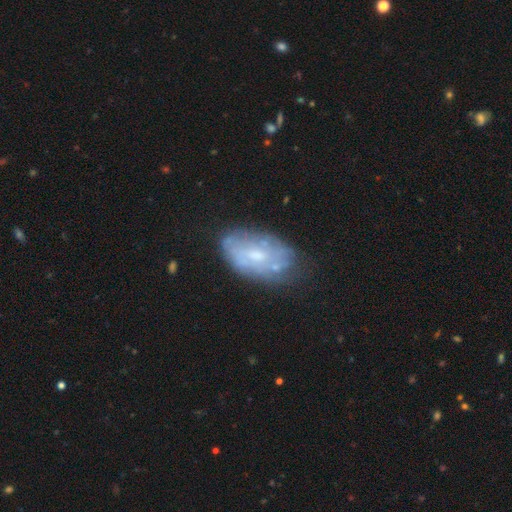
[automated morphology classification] Smooth or featured: featured or disk — 52% (smooth — 40%)
Edge-on disk: no — 94% (yes — 6%)
Merging: none — 60% (minor disturbance — 25%)